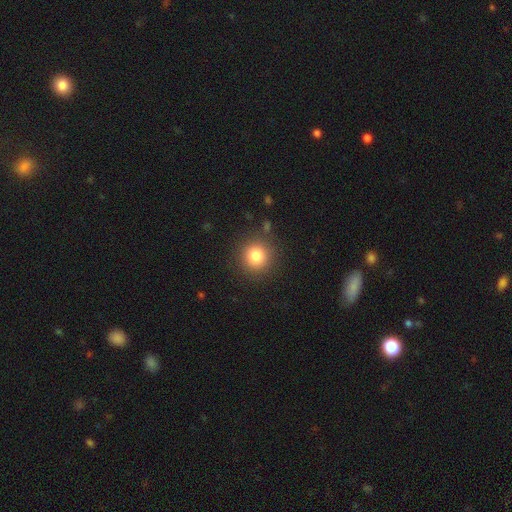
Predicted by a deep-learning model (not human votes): smooth-or-featured: smooth: 82% | star or artifact: 11% | featured or disk: 6%
  how-rounded: round: 93% | in between: 6% | cigar-shaped: 1%
  merging: none: 88% | minor disturbance: 8% | major disturbance: 3% | merger: 2%